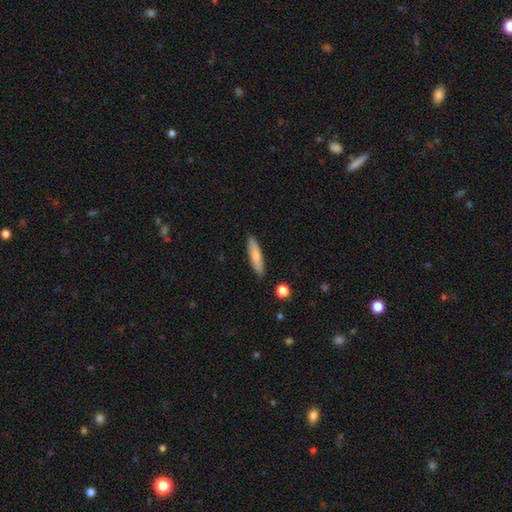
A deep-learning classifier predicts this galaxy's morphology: smooth_or_featured: smooth (p=0.74) [alt: featured or disk p=0.20]
how_rounded: cigar-shaped (p=0.74) [alt: in between p=0.24]
merging: none (p=0.87) [alt: minor disturbance p=0.09]